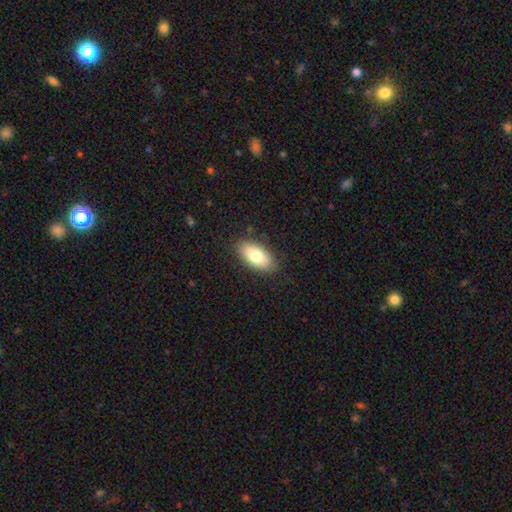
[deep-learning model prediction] smooth-or-featured: smooth: 77% | featured or disk: 16% | star or artifact: 7%
  how-rounded: in between: 92% | round: 4% | cigar-shaped: 4%
  merging: none: 86% | minor disturbance: 10% | major disturbance: 3% | merger: 1%